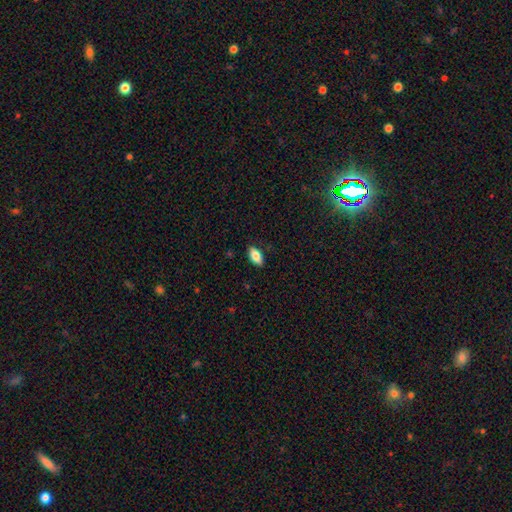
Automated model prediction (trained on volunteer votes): This is clearly a smooth galaxy (80%). How rounded: clearly in between (89%). Merging: clearly none (87%).